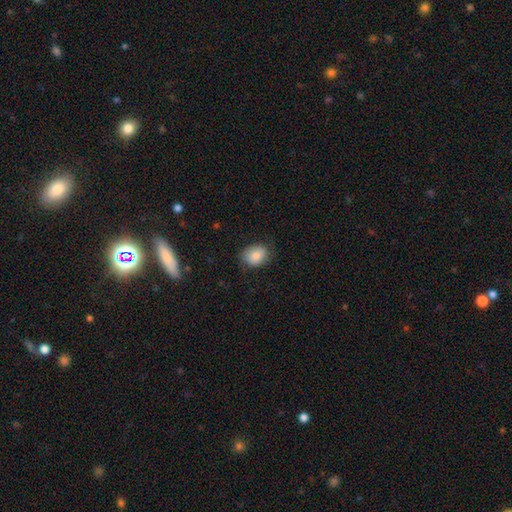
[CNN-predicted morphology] Overall: smooth (82%). How rounded: in between (59%; round 40%). Merging: none (77%).